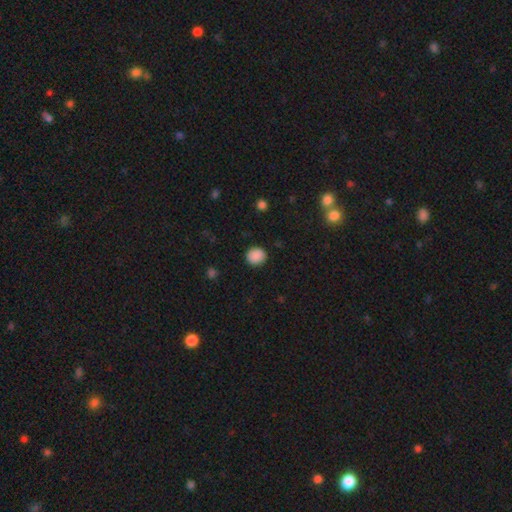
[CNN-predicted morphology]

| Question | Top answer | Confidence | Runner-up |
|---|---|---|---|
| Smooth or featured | smooth | 88% | star or artifact (9%) |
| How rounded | round | 84% | in between (15%) |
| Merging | none | 89% | minor disturbance (8%) |